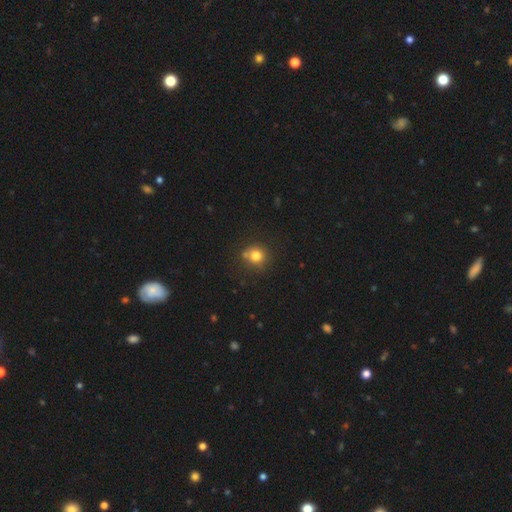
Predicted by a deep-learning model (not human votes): This appears to be a smooth galaxy with no disk features (78%) that is round (86%). Merging: none (73%).